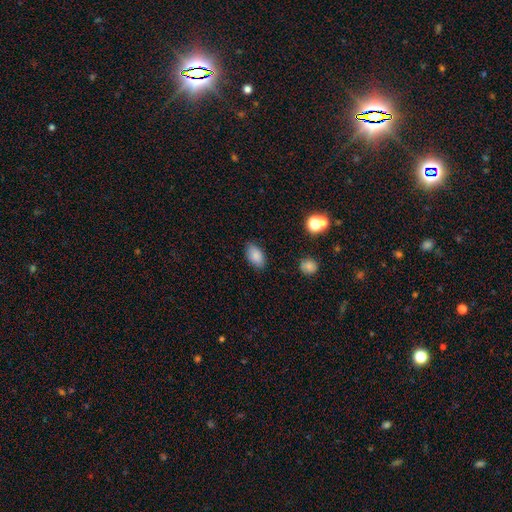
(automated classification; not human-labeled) This is clearly a smooth galaxy (85%). How rounded: clearly in between (92%). Merging: clearly none (83%).